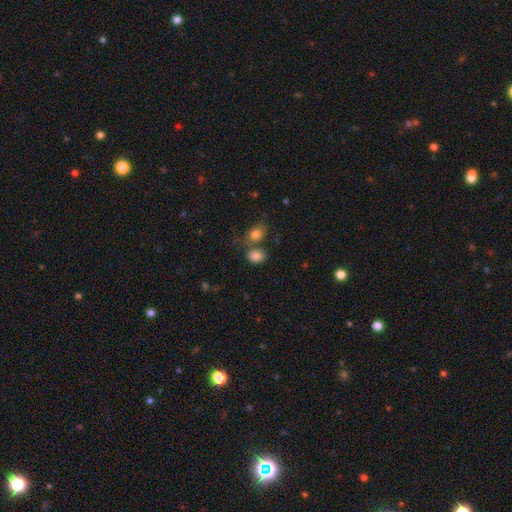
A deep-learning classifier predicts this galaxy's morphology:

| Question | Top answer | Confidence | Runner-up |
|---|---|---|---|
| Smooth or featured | smooth | 84% | star or artifact (11%) |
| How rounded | in between | 59% | round (40%) |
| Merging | none | 55% | merger (27%) |